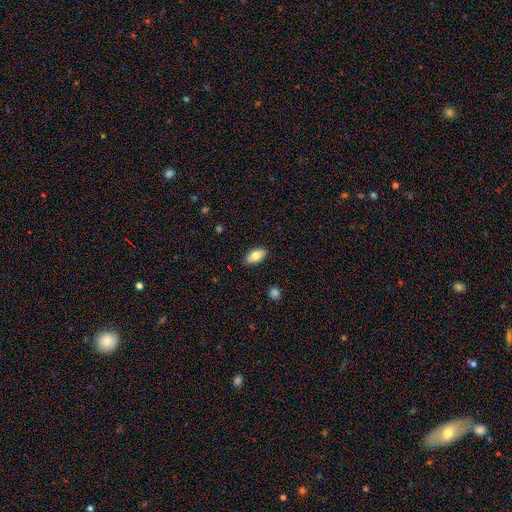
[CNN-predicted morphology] Smooth or featured? smooth (78%)
How rounded? in between (91%)
Merging? none (86%)